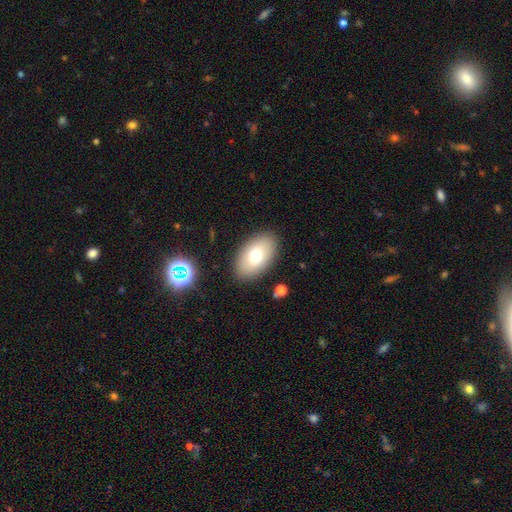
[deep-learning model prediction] Smooth or featured? smooth (72%)
How rounded? in between (92%)
Merging? none (87%)